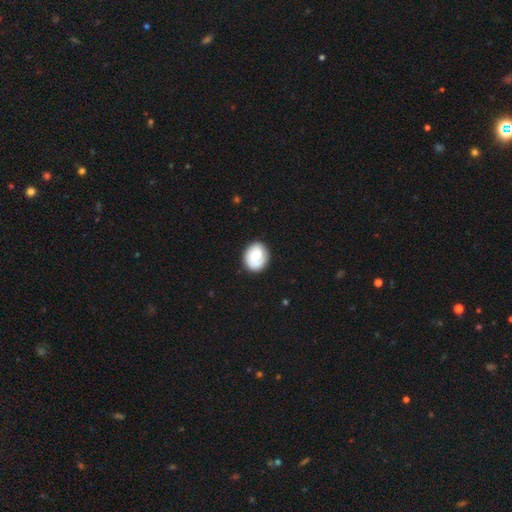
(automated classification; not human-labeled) Q: Smooth or featured?
A: smooth (59%); runner-up: featured or disk (35%)
Q: How rounded?
A: round (58%); runner-up: in between (41%)
Q: Merging?
A: none (79%); runner-up: minor disturbance (15%)